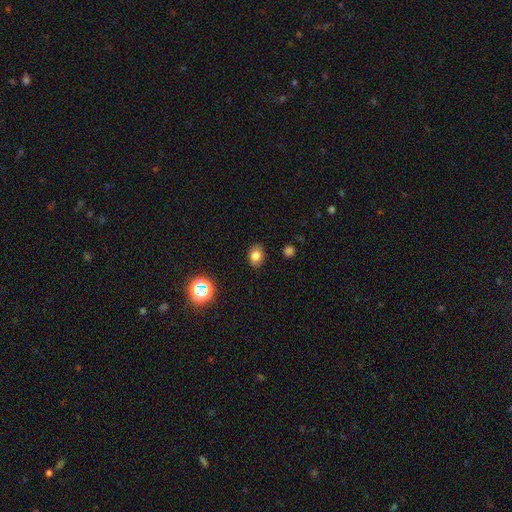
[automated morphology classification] type=smooth (78%); roundness=in between (69%); merging=none (87%).